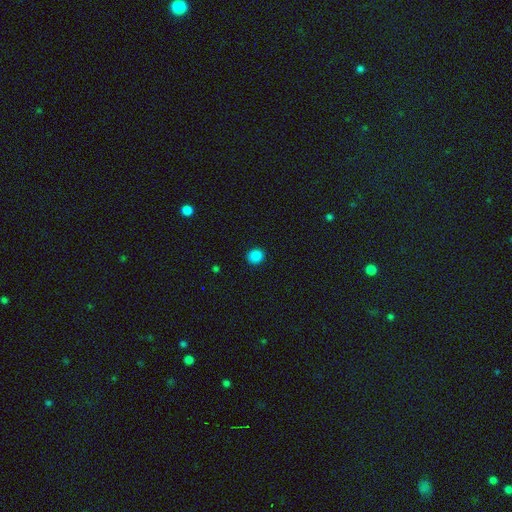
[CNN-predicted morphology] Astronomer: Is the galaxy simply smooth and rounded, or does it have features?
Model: smooth — 86%.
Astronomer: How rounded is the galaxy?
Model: round — 85%.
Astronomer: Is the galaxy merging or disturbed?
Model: none — 91%.